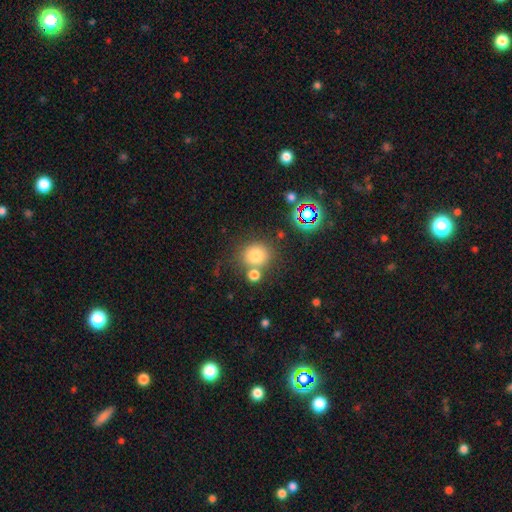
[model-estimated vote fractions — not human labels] smooth-or-featured: smooth: 76% | star or artifact: 16% | featured or disk: 8%
  how-rounded: round: 86% | in between: 13% | cigar-shaped: 1%
  merging: none: 70% | merger: 16% | minor disturbance: 10% | major disturbance: 4%